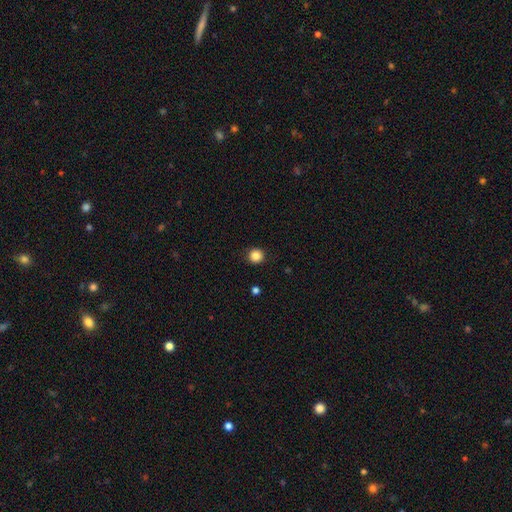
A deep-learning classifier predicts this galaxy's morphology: A smooth galaxy with no disk features (85%) that is round (95%).

Vote fractions:
- Smooth or featured? smooth: 85% / star or artifact: 11% / featured or disk: 4%
- How rounded? round: 95% / in between: 4% / cigar-shaped: 1%
- Merging? none: 92% / minor disturbance: 5% / major disturbance: 2% / merger: 1%